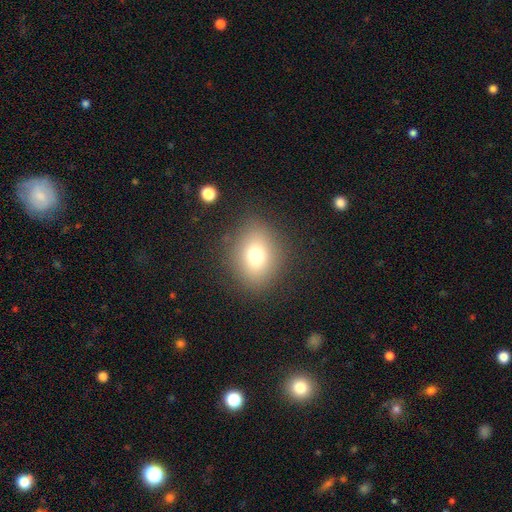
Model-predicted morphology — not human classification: smooth_or_featured: smooth (p=0.74) [alt: star or artifact p=0.13]
how_rounded: round (p=0.54) [alt: in between p=0.45]
merging: none (p=0.85) [alt: minor disturbance p=0.09]